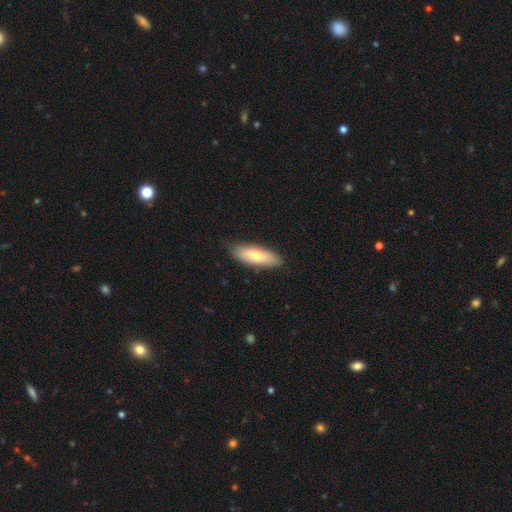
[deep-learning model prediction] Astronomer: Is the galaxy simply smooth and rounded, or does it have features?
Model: smooth — 74%.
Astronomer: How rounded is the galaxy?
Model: in between — 58% (runner-up: cigar-shaped, 41%).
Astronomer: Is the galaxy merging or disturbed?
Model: none — 83%.